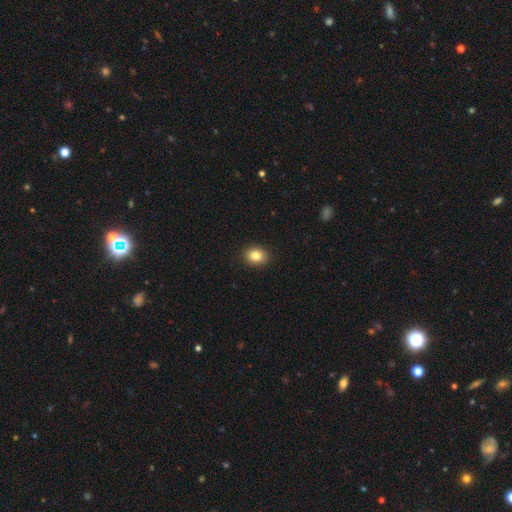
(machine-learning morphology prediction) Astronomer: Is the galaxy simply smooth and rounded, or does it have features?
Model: smooth — 83%.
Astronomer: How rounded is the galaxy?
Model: in between — 51% (runner-up: round, 49%).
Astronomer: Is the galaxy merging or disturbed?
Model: none — 91%.